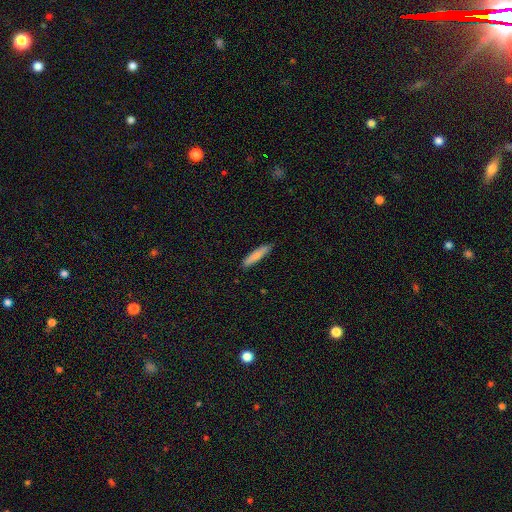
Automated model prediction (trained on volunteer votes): Overall: smooth (80%). How rounded: cigar-shaped (87%). Merging: none (88%).